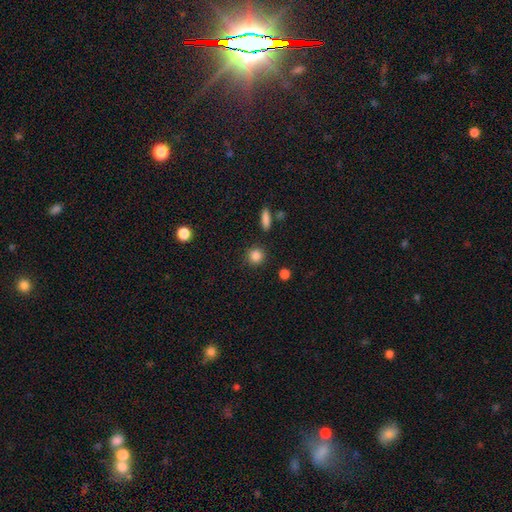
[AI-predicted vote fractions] A smooth galaxy with no disk features (86%) that is round (91%).

Vote fractions:
- Smooth or featured? smooth: 86% / star or artifact: 10% / featured or disk: 4%
- How rounded? round: 91% / in between: 8% / cigar-shaped: 1%
- Merging? none: 89% / minor disturbance: 6% / major disturbance: 2% / merger: 2%